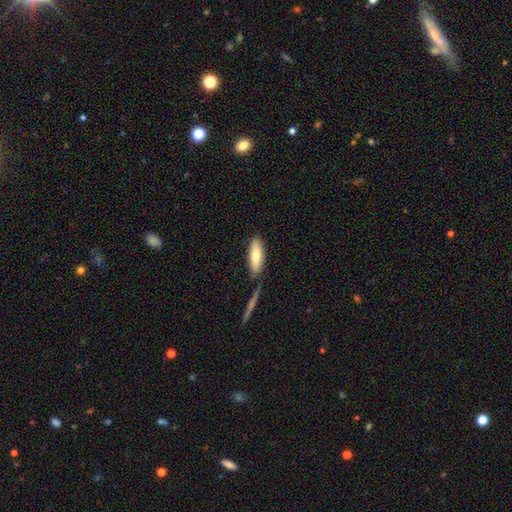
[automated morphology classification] The model was most divided on "how rounded": in between: 62%, cigar-shaped: 36%, round: 2%. More confident: merging — none (76%); smooth or featured — smooth (72%).